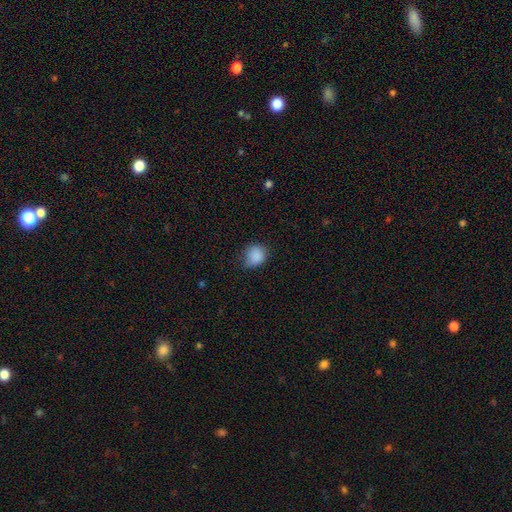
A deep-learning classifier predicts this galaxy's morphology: A smooth galaxy with no disk features (87%) that is round (66%).

Vote fractions:
- Smooth or featured? smooth: 87% / star or artifact: 9% / featured or disk: 4%
- How rounded? round: 66% / in between: 33% / cigar-shaped: 1%
- Merging? none: 61% / minor disturbance: 31% / major disturbance: 6% / merger: 1%